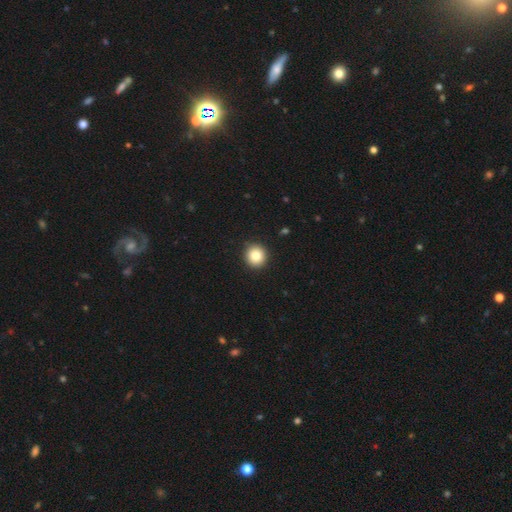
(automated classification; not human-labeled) Morphology: type=smooth (85%); roundness=round (93%); merging=none (92%).